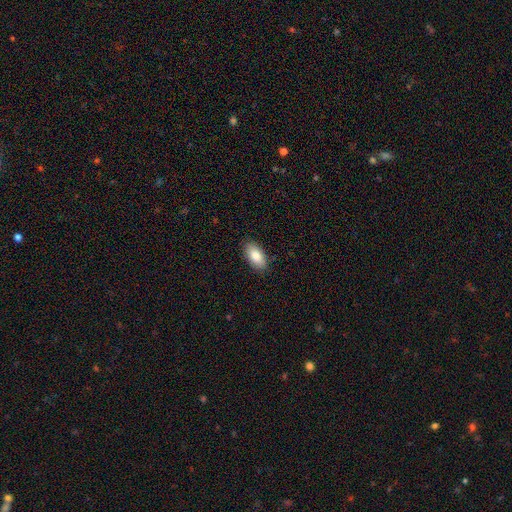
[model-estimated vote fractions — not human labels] Smooth or featured: smooth — 84% (featured or disk — 9%)
How rounded: in between — 94% (cigar-shaped — 3%)
Merging: none — 88% (minor disturbance — 9%)